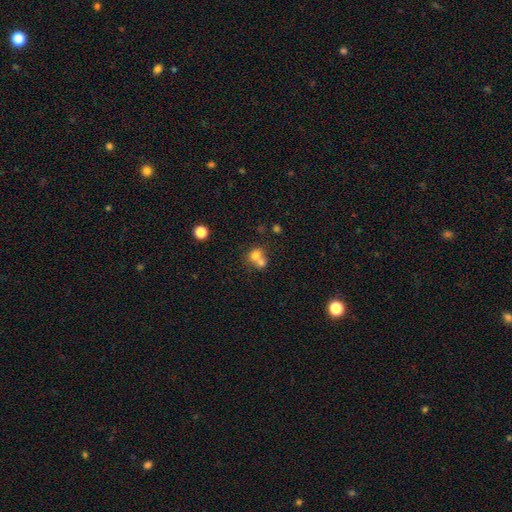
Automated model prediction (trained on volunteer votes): Smooth or featured: smooth — 72% (featured or disk — 15%)
How rounded: round — 76% (in between — 23%)
Merging: merger — 60% (none — 31%)